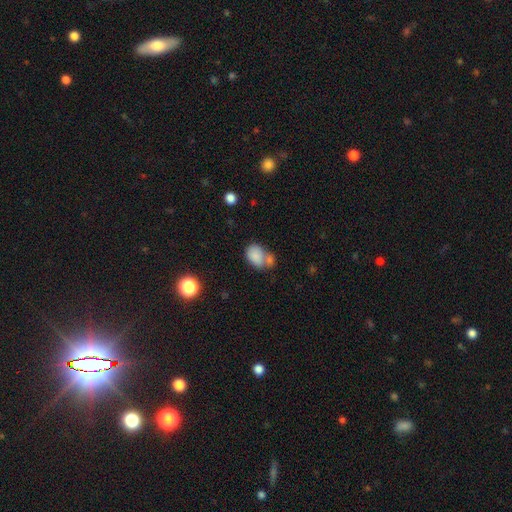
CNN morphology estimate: smooth-or-featured: smooth: 81% | featured or disk: 10% | star or artifact: 9%
  how-rounded: in between: 79% | round: 20% | cigar-shaped: 1%
  merging: merger: 41% | none: 36% | minor disturbance: 16% | major disturbance: 7%